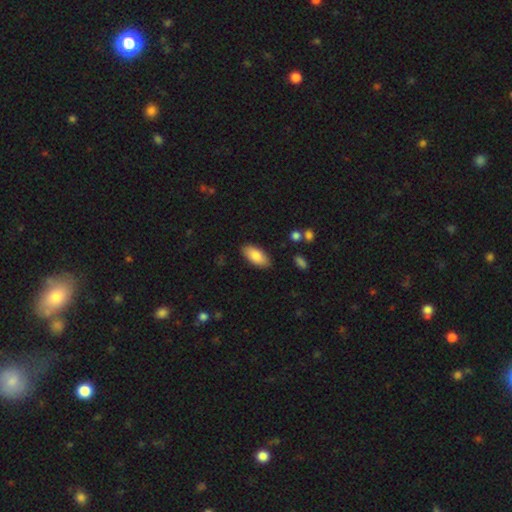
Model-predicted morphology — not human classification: Smooth or featured? smooth (84%)
How rounded? in between (91%)
Merging? none (87%)